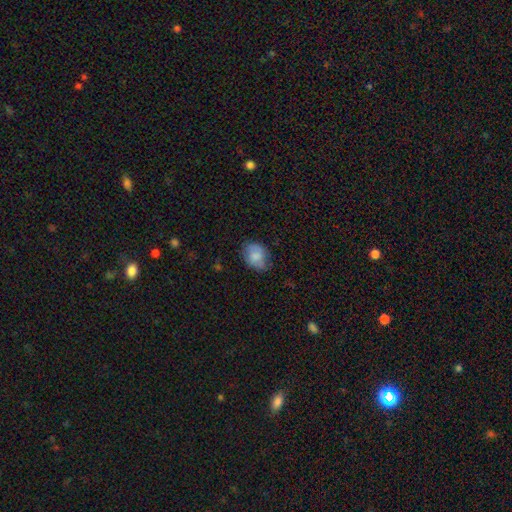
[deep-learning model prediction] Smooth or featured? Predicted: smooth (p=0.79). How rounded? Predicted: in between (p=0.69). Merging? Predicted: none (p=0.69).